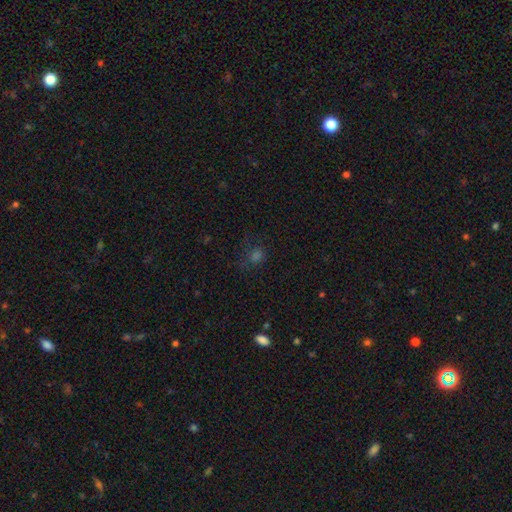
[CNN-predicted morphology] Smooth or featured?
  - smooth: 54% *
  - star or artifact: 35%
  - featured or disk: 10%
How rounded?
  - round: 69% *
  - in between: 29%
  - cigar-shaped: 2%
Merging?
  - none: 66% *
  - minor disturbance: 18%
  - major disturbance: 14%
  - merger: 2%